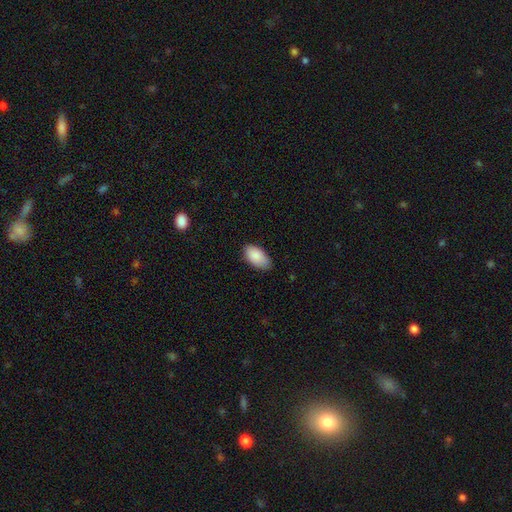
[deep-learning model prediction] smooth_or_featured: smooth (p=0.88) [alt: star or artifact p=0.06]
how_rounded: in between (p=0.95) [alt: round p=0.03]
merging: none (p=0.80) [alt: minor disturbance p=0.16]